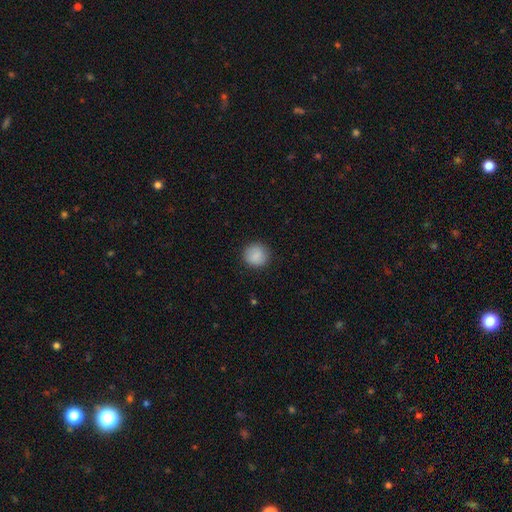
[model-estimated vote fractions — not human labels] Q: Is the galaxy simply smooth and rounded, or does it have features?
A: smooth — 87%.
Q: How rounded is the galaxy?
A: round — 90%.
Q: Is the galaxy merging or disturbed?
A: none — 89%.